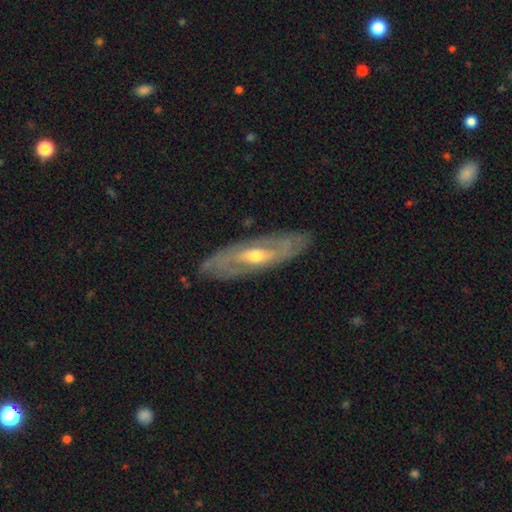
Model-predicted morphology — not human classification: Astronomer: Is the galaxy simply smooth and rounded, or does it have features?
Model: featured or disk — 76%.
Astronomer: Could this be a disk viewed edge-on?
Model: no — 75%.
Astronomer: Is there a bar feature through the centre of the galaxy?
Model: no — 47% (runner-up: weak, 34%).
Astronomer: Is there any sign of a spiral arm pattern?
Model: yes — 71%.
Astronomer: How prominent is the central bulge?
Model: moderate — 57% (runner-up: small, 38%).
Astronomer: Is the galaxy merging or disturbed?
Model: none — 81%.